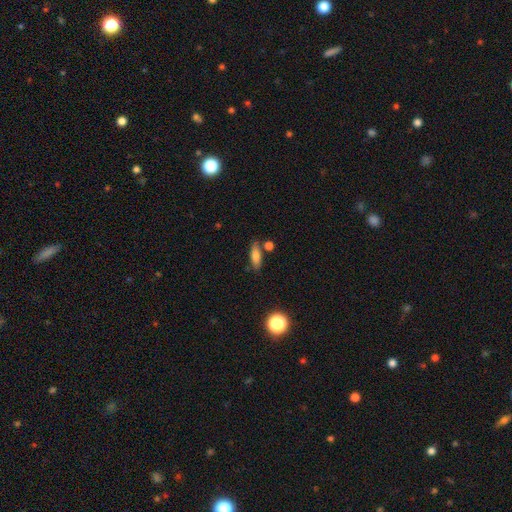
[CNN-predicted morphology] Smooth or featured?
  - smooth: 76% *
  - featured or disk: 15%
  - star or artifact: 9%
How rounded?
  - in between: 57% *
  - cigar-shaped: 38%
  - round: 5%
Merging?
  - none: 72% *
  - minor disturbance: 14%
  - merger: 11%
  - major disturbance: 4%